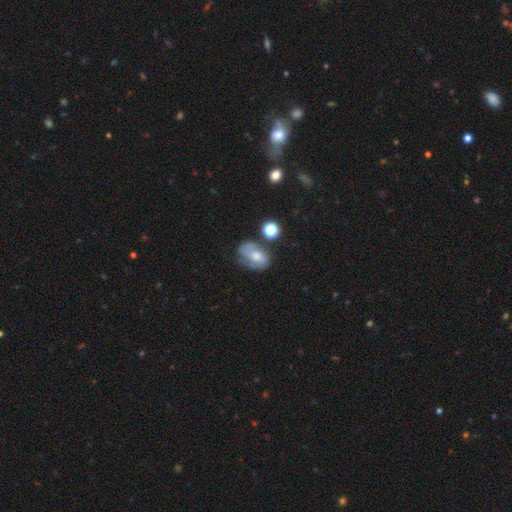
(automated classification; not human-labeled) featured or disk 46%, smooth 42%, star or artifact 11%. Down the decision tree: merging — none (52%).